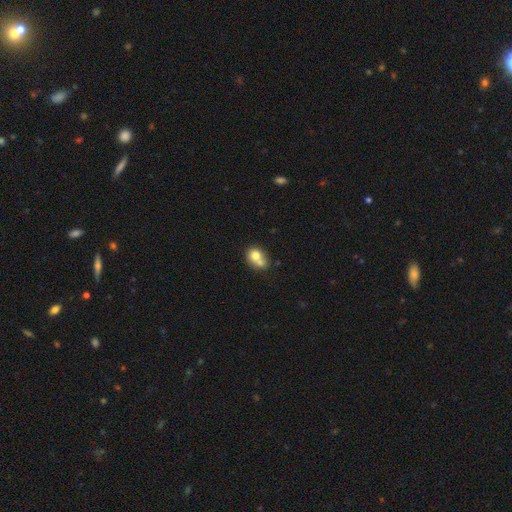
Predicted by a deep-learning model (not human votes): Smooth or featured: smooth — 71% (featured or disk — 20%)
How rounded: round — 60% (in between — 39%)
Merging: merger — 55% (none — 30%)